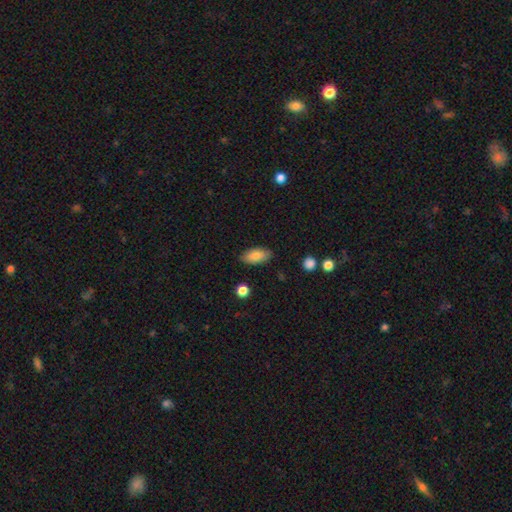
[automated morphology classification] smooth-or-featured: smooth: 84% | featured or disk: 9% | star or artifact: 7%
  how-rounded: in between: 90% | cigar-shaped: 7% | round: 3%
  merging: none: 86% | minor disturbance: 10% | major disturbance: 2% | merger: 1%